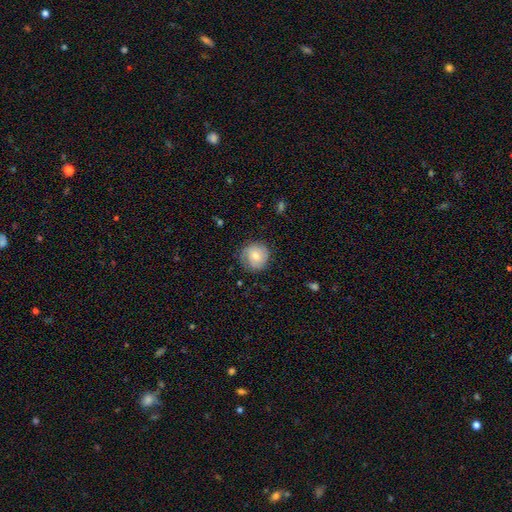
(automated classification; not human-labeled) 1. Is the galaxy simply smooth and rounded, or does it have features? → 52% smooth, 40% featured or disk, 7% star or artifact.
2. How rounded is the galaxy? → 90% round, 9% in between, 1% cigar-shaped.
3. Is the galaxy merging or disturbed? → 75% none, 18% minor disturbance, 6% major disturbance, 1% merger.